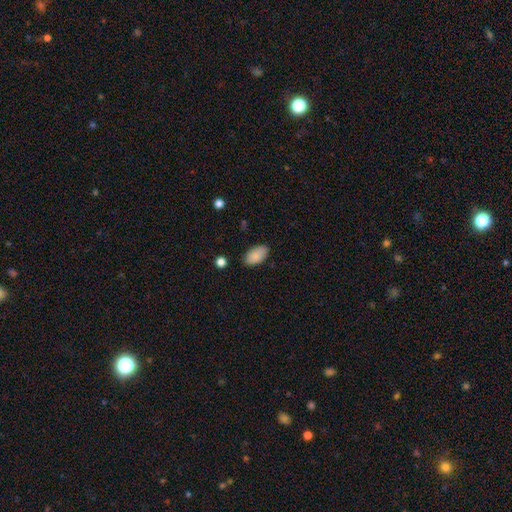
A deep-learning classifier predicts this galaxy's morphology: Smooth or featured? Predicted: smooth (p=0.88). How rounded? Predicted: in between (p=0.95). Merging? Predicted: none (p=0.86).